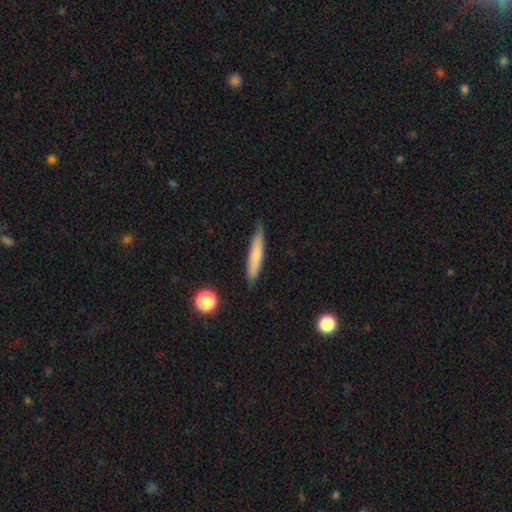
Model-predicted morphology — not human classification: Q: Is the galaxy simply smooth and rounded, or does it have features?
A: smooth — 71%.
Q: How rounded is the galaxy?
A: cigar-shaped — 93%.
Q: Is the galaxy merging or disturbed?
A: none — 84%.